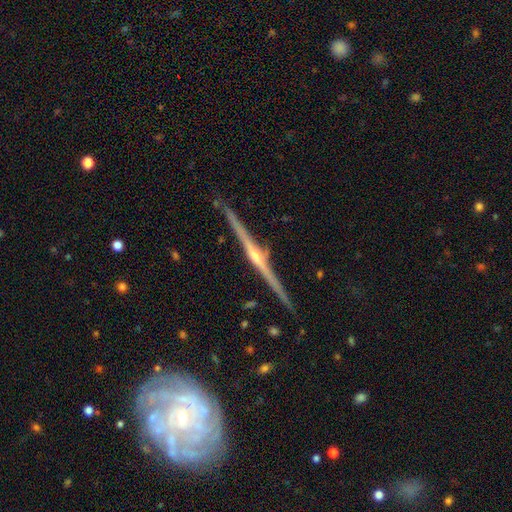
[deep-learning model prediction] Morphology: type=featured or disk (88%); edge-on=yes (99%); edge-on bulge=rounded (88%); merging=none (89%).